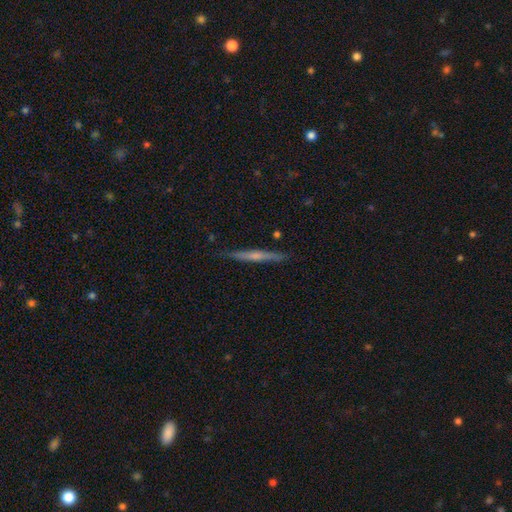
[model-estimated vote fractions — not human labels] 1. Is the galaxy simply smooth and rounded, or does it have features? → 61% featured or disk, 33% smooth, 6% star or artifact.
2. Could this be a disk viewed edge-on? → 97% yes, 3% no.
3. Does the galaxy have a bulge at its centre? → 56% rounded, 36% none, 8% boxy.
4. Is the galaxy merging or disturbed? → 88% none, 9% minor disturbance, 2% major disturbance, 1% merger.